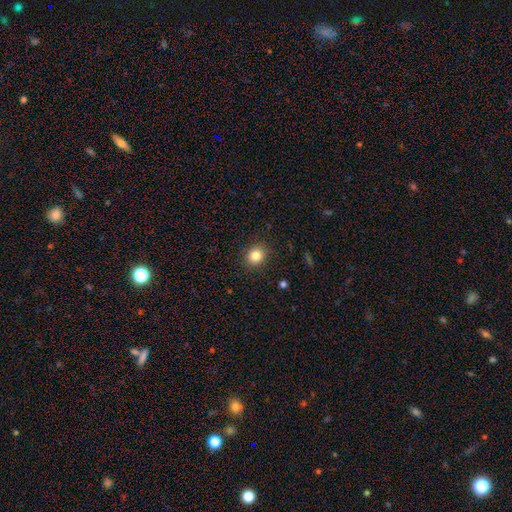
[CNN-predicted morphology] Smooth or featured? Predicted: smooth (p=0.84). How rounded? Predicted: round (p=0.76). Merging? Predicted: none (p=0.89).